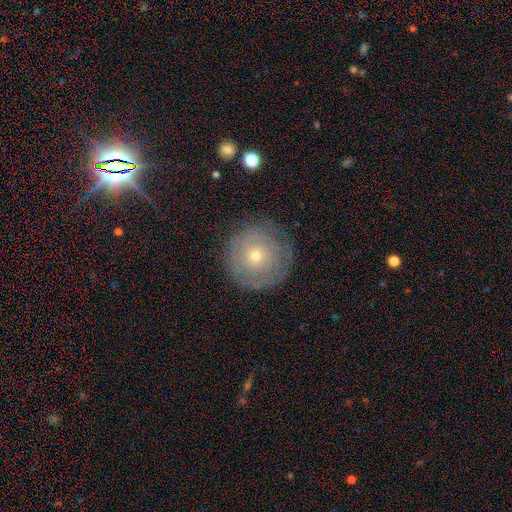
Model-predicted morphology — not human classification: The model was most divided on "smooth or featured": featured or disk: 52%, smooth: 39%, star or artifact: 9%. More confident: edge-on disk — no (96%); merging — none (82%).